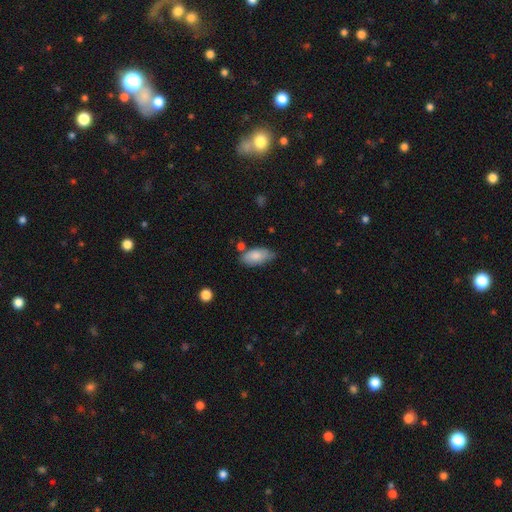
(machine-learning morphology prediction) smooth-or-featured: smooth: 80% | featured or disk: 14% | star or artifact: 6%
  how-rounded: in between: 91% | cigar-shaped: 7% | round: 2%
  merging: none: 64% | minor disturbance: 26% | merger: 6% | major disturbance: 4%